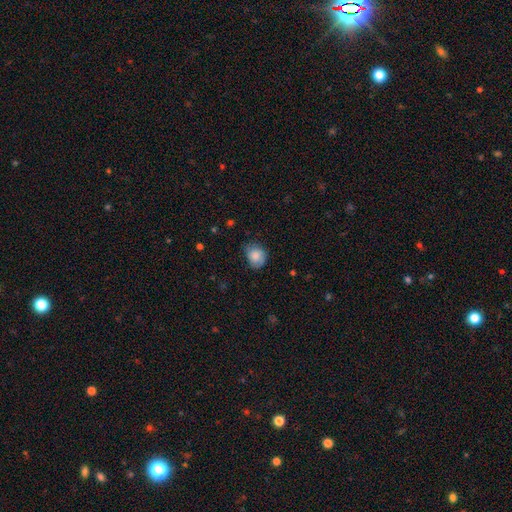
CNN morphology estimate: A smooth galaxy with no disk features (82%) that is round (58%).

Vote fractions:
- Smooth or featured? smooth: 82% / featured or disk: 10% / star or artifact: 8%
- How rounded? round: 58% / in between: 41% / cigar-shaped: 1%
- Merging? none: 58% / minor disturbance: 33% / major disturbance: 8% / merger: 1%